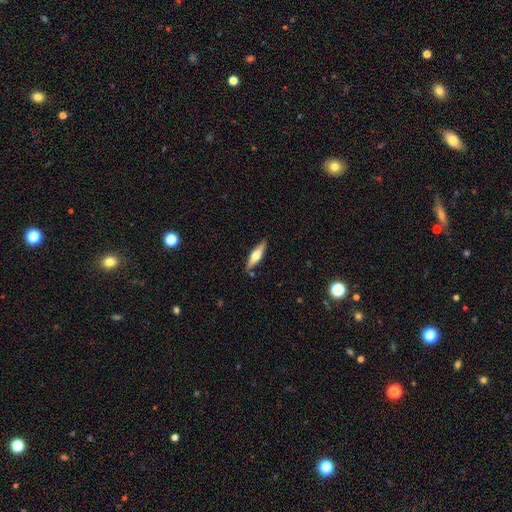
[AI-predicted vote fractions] Overall: featured or disk (51%; smooth 44%). Edge-on disk: yes (93%). Merging: none (86%).